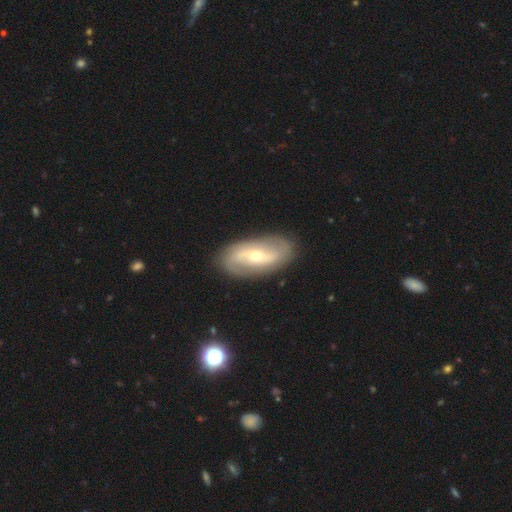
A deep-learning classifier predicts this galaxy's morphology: Smooth or featured?
  - featured or disk: 77% *
  - smooth: 17%
  - star or artifact: 6%
Edge-on disk?
  - no: 94% *
  - yes: 6%
Bar?
  - weak: 42% *
  - no: 33%
  - strong: 24%
Spiral arms?
  - yes: 87% *
  - no: 13%
Spiral winding?
  - loose: 40% *
  - medium: 37%
  - tight: 22%
Spiral arm count?
  - 2: 83% *
  - can't tell: 10%
  - 3: 3%
  - 1: 2%
  - 4: 1%
  - more than 4: 1%
Bulge size?
  - moderate: 49% *
  - small: 46%
  - large: 3%
  - none: 1%
  - dominant: 1%
Merging?
  - none: 86% *
  - minor disturbance: 10%
  - major disturbance: 3%
  - merger: 1%